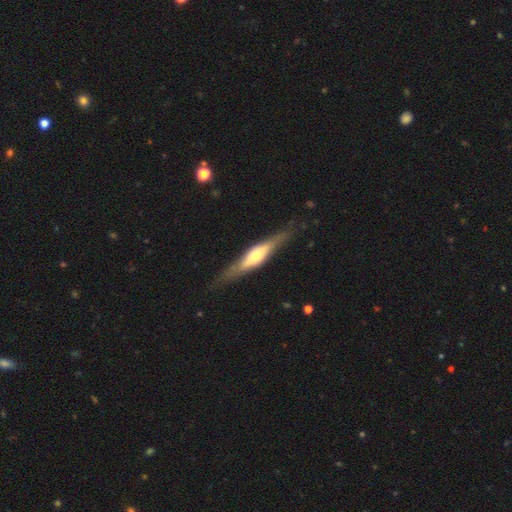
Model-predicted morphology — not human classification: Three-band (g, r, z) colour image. It shows a featured or disk galaxy (65%) viewed edge-on (90%) with a rounded central bulge (77%). Merging: none (80%).